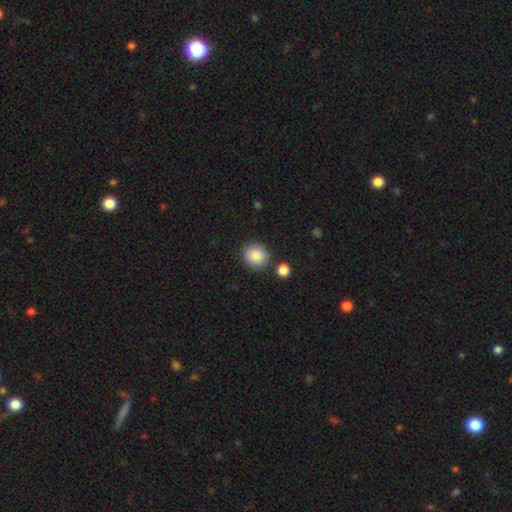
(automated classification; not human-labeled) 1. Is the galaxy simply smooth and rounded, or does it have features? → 88% smooth, 8% star or artifact, 5% featured or disk.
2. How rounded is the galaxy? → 81% round, 18% in between, 1% cigar-shaped.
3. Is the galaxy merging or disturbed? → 80% none, 10% minor disturbance, 7% merger, 3% major disturbance.